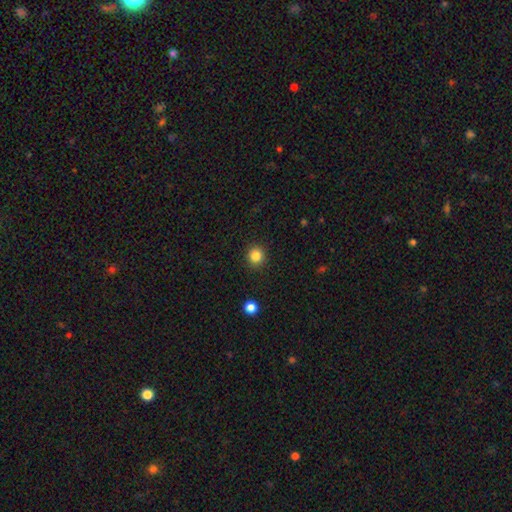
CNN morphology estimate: This appears to be a smooth galaxy with no disk features (84%) that is round (92%). Merging: none (91%).